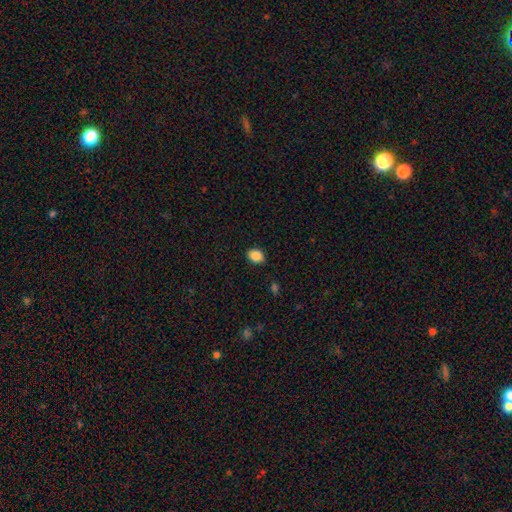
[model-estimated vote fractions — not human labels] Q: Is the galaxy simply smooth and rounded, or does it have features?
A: smooth — 87%.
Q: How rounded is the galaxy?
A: in between — 64%.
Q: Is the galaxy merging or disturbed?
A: none — 88%.